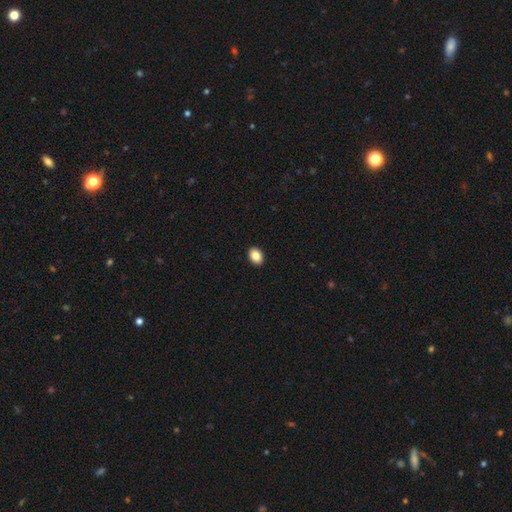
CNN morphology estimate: Smooth or featured? smooth (86%)
How rounded? in between (69%)
Merging? none (92%)